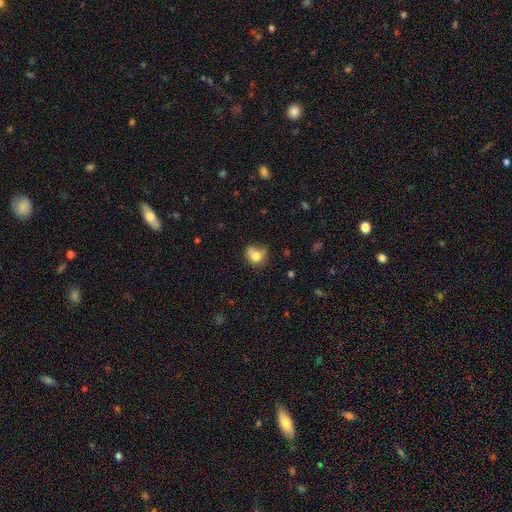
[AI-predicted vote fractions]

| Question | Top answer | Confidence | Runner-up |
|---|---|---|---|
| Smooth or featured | smooth | 76% | featured or disk (13%) |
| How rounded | round | 73% | in between (26%) |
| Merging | none | 49% | minor disturbance (27%) |